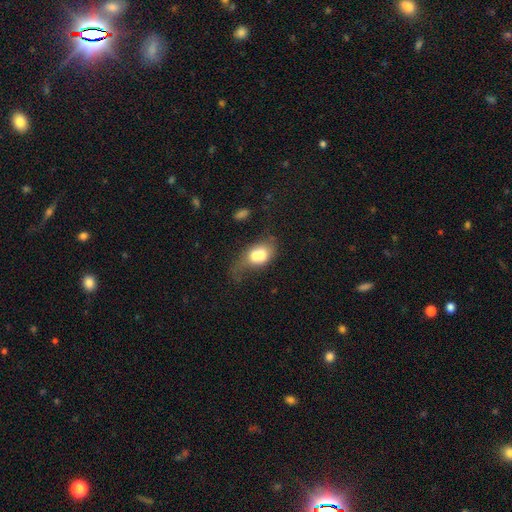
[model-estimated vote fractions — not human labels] Smooth or featured? Predicted: smooth (p=0.62). How rounded? Predicted: in between (p=0.66). Merging? Predicted: merger (p=0.55).